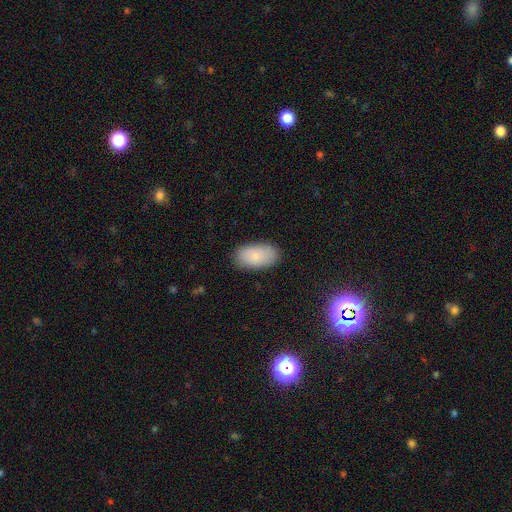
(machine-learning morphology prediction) A smooth galaxy with no disk features (83%) that is in between round and cigar-shaped (95%). Merging: none (84%).